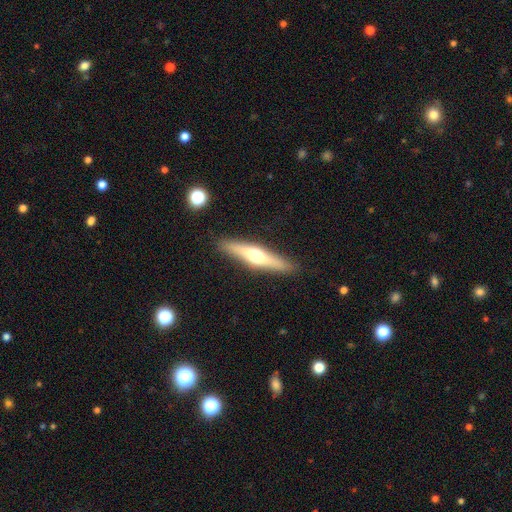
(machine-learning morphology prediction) Smooth or featured?
  - featured or disk: 55% *
  - smooth: 40%
  - star or artifact: 6%
Edge-on disk?
  - yes: 92% *
  - no: 8%
Edge-on bulge?
  - rounded: 90% *
  - none: 6%
  - boxy: 4%
Merging?
  - none: 89% *
  - minor disturbance: 8%
  - major disturbance: 2%
  - merger: 1%